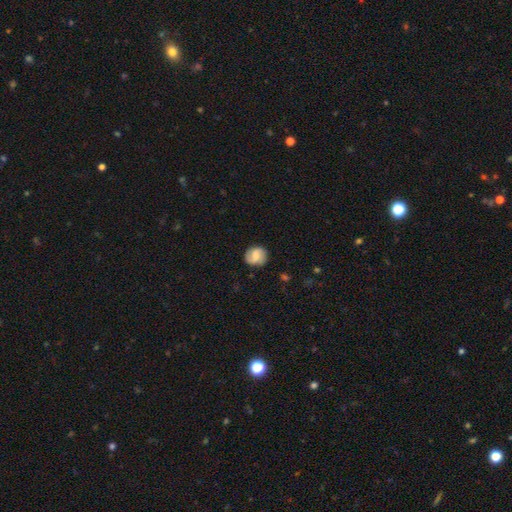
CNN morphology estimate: This appears to be a smooth galaxy with no disk features (54%) that is round (76%). Merging: none (81%).